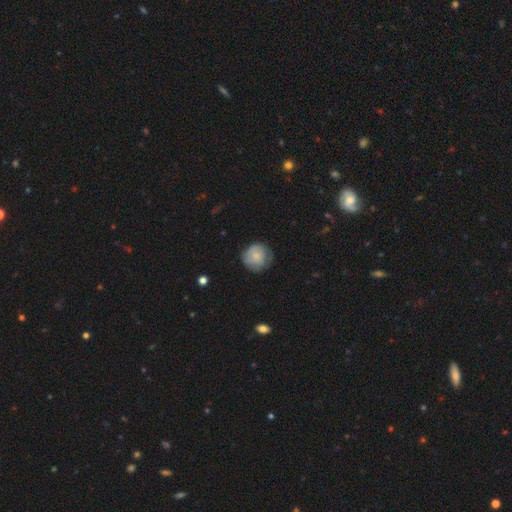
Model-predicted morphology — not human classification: The model was most divided on "merging": none: 69%, minor disturbance: 23%, major disturbance: 6%, merger: 1%. More confident: how rounded — round (91%); smooth or featured — smooth (74%).